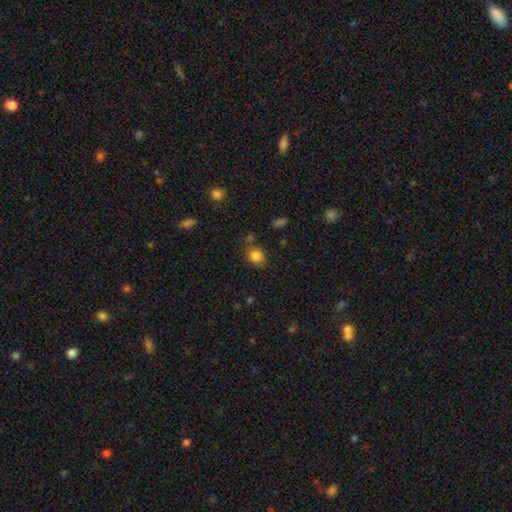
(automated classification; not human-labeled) A smooth galaxy with no disk features (84%) that is round (60%). Merging: none (74%).